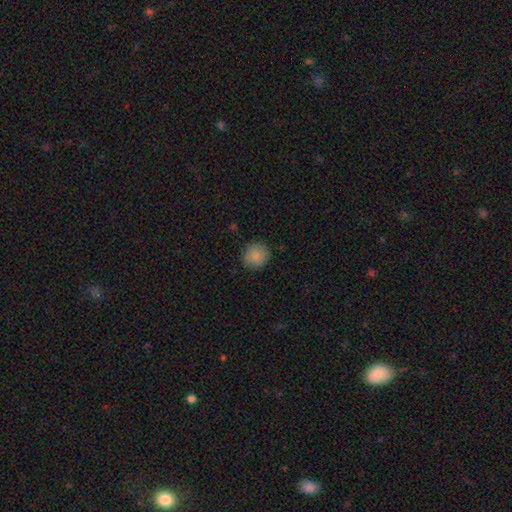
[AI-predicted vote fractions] This appears to be a smooth galaxy with no disk features (86%) that is round (90%). Merging: none (88%).